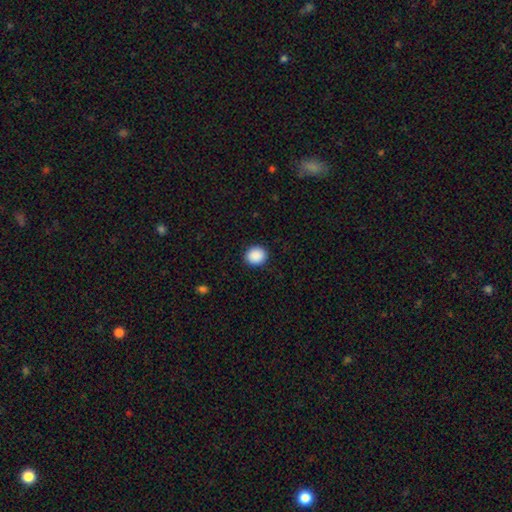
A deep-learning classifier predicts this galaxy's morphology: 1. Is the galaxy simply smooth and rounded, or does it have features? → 90% smooth, 8% star or artifact, 2% featured or disk.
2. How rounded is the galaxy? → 81% round, 18% in between, 1% cigar-shaped.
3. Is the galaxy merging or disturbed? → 91% none, 6% minor disturbance, 2% major disturbance, 1% merger.